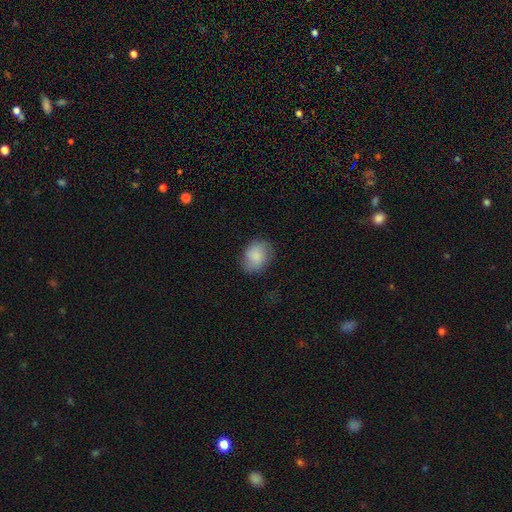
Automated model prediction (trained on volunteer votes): smooth 83%, featured or disk 10%, star or artifact 7%. Down the decision tree: how rounded — in between (52%); merging — none (73%).